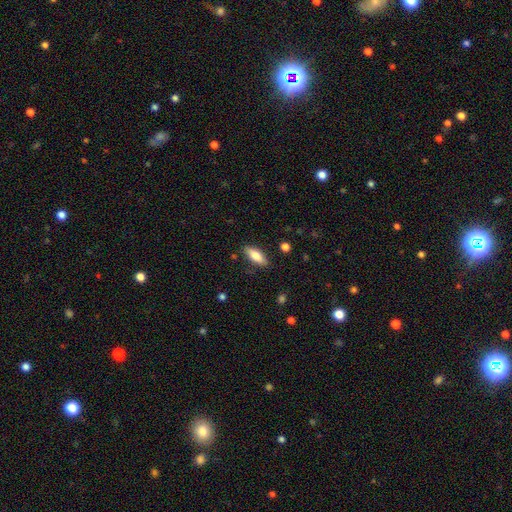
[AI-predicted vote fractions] A smooth galaxy with no disk features (75%) that is in between round and cigar-shaped (70%).

Vote fractions:
- Smooth or featured? smooth: 75% / featured or disk: 18% / star or artifact: 6%
- How rounded? in between: 70% / cigar-shaped: 28% / round: 2%
- Merging? none: 86% / minor disturbance: 11% / major disturbance: 2% / merger: 1%